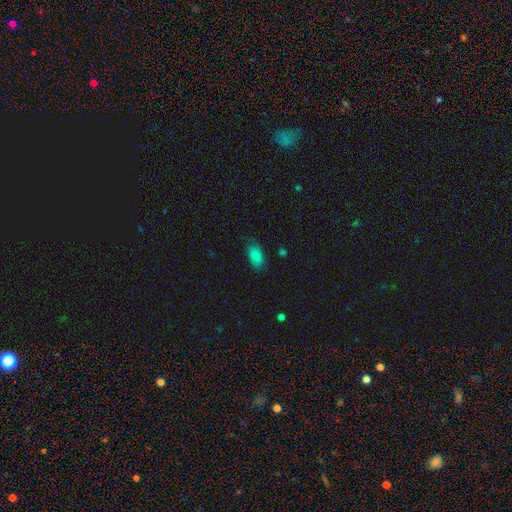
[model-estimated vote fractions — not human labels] smooth_or_featured: smooth (p=0.86) [alt: star or artifact p=0.10]
how_rounded: in between (p=0.92) [alt: round p=0.05]
merging: none (p=0.77) [alt: minor disturbance p=0.18]